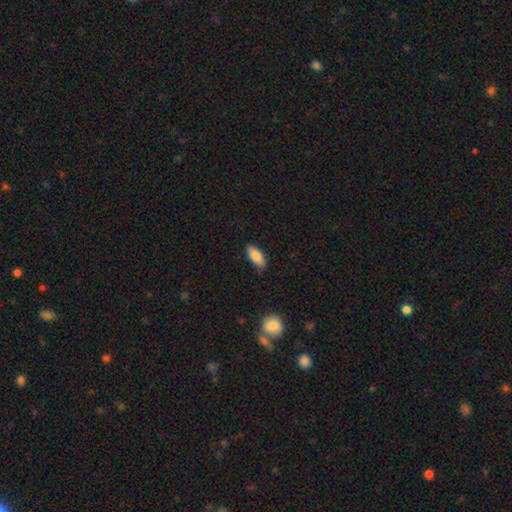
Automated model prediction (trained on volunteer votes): Overall: smooth (82%). How rounded: in between (82%). Merging: none (81%).